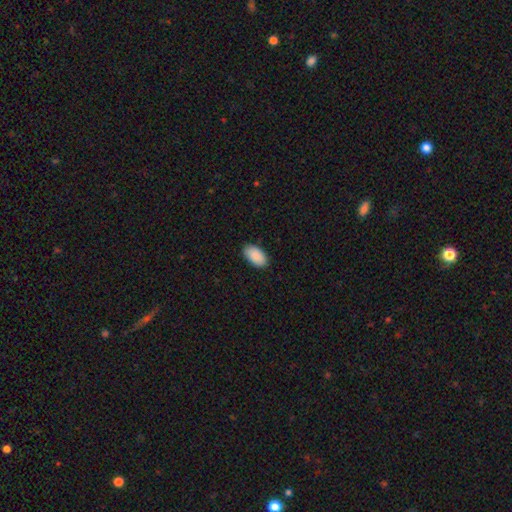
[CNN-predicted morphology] Smooth or featured? smooth (91%)
How rounded? in between (96%)
Merging? none (88%)